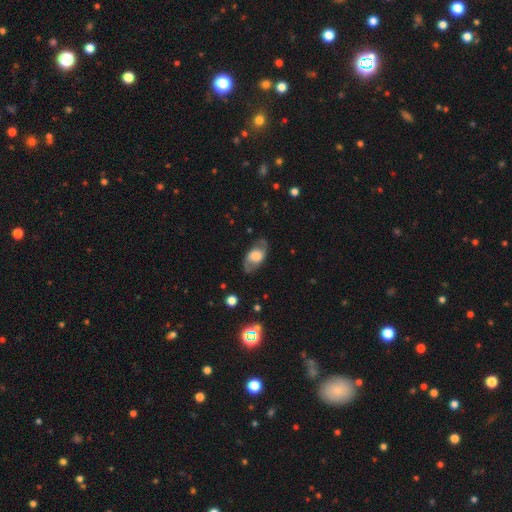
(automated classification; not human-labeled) A featured or disk galaxy (57%) with no bar (61%), spiral arms (76%) and a large central bulge (41%).

Vote fractions:
- Smooth or featured? featured or disk: 57% / smooth: 35% / star or artifact: 7%
- Edge-on disk? no: 90% / yes: 10%
- Bar? no: 61% / weak: 31% / strong: 8%
- Spiral arms? yes: 76% / no: 24%
- Bulge size? large: 41% / moderate: 36% / small: 13% / dominant: 6% / none: 5%
- Merging? none: 76% / minor disturbance: 16% / major disturbance: 7% / merger: 1%